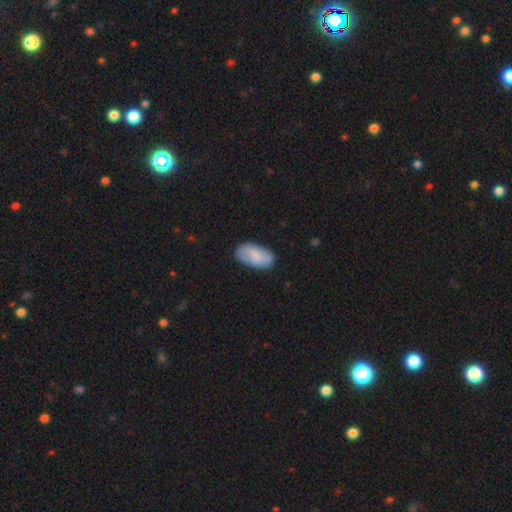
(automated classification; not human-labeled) A smooth galaxy with no disk features (74%) that is in between round and cigar-shaped (95%).

Vote fractions:
- Smooth or featured? smooth: 74% / featured or disk: 19% / star or artifact: 6%
- How rounded? in between: 95% / round: 3% / cigar-shaped: 2%
- Merging? none: 75% / minor disturbance: 19% / major disturbance: 4% / merger: 2%